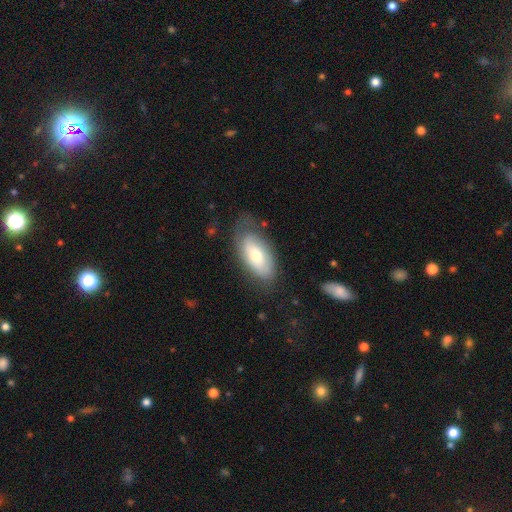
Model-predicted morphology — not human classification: This appears to be a smooth galaxy with no disk features (57%) that is in between round and cigar-shaped (91%). Merging: none (62%).